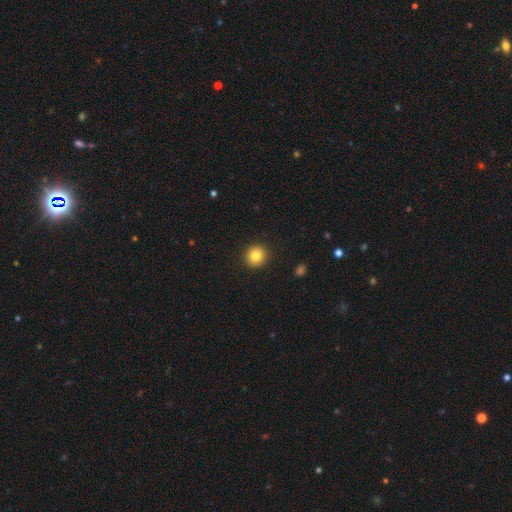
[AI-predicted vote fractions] smooth_or_featured: smooth (p=0.83) [alt: star or artifact p=0.10]
how_rounded: round (p=0.92) [alt: in between p=0.07]
merging: none (p=0.92) [alt: minor disturbance p=0.05]